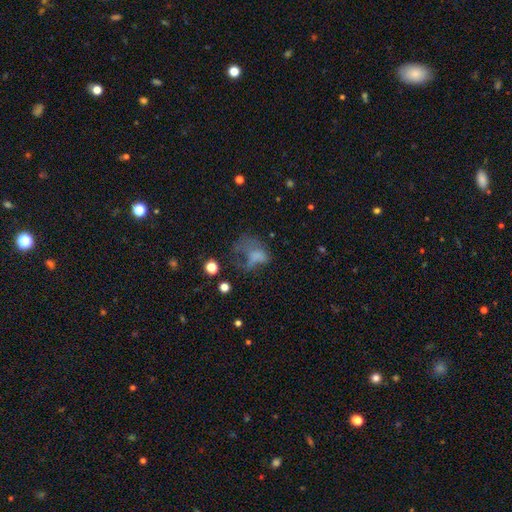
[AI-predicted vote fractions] smooth 53%, featured or disk 29%, star or artifact 17%. Down the decision tree: how rounded — in between (73%); merging — major disturbance (53%).